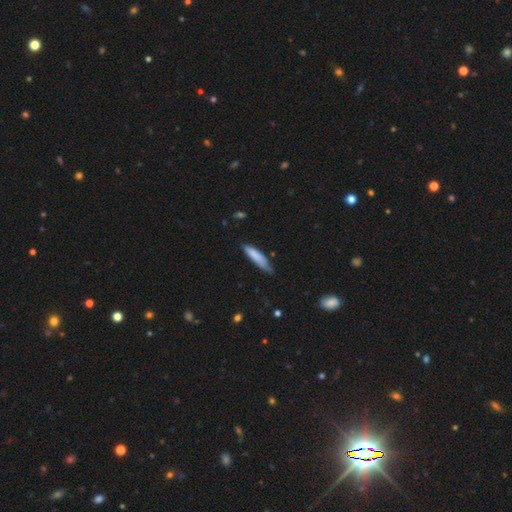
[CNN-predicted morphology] The model was most divided on "merging": none: 59%, minor disturbance: 33%, major disturbance: 6%, merger: 2%. More confident: smooth or featured — smooth (81%); how rounded — cigar-shaped (77%).